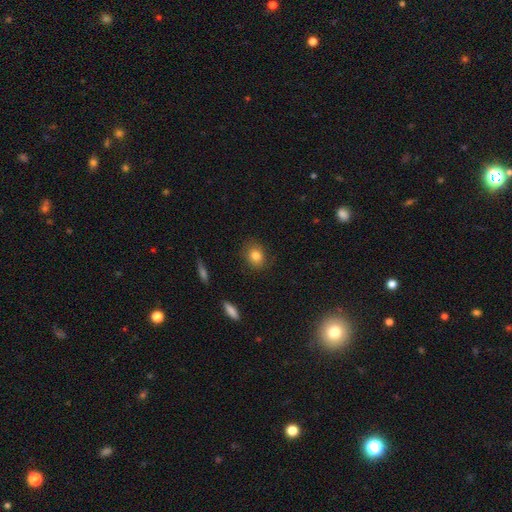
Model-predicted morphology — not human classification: This is clearly a smooth galaxy (82%). How rounded: possibly round (57%). Merging: clearly none (84%).